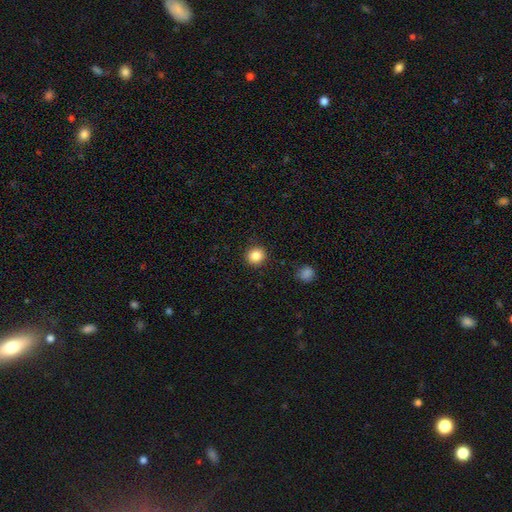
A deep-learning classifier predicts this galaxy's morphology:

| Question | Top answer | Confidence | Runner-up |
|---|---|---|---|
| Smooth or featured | smooth | 85% | star or artifact (10%) |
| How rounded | round | 87% | in between (12%) |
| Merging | none | 91% | minor disturbance (6%) |